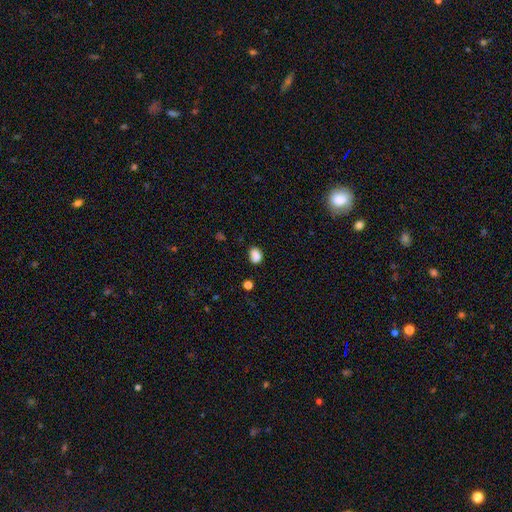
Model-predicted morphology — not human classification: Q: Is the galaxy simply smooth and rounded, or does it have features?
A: smooth — 83%.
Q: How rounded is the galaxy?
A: in between — 67%.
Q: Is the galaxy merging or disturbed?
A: none — 66%.